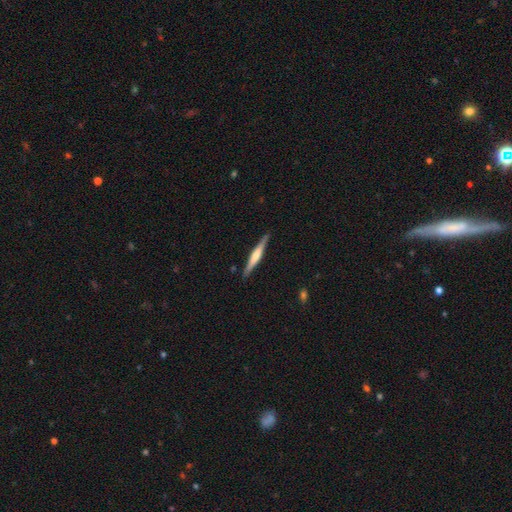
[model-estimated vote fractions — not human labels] A featured or disk galaxy (61%) viewed edge-on (98%) with a rounded central bulge (57%).

Vote fractions:
- Smooth or featured? featured or disk: 61% / smooth: 34% / star or artifact: 5%
- Edge-on disk? yes: 98% / no: 2%
- Edge-on bulge? rounded: 57% / boxy: 24% / none: 19%
- Merging? none: 90% / minor disturbance: 8% / major disturbance: 1% / merger: 1%